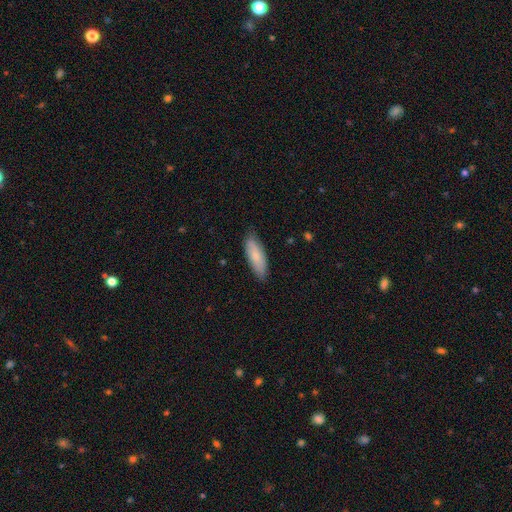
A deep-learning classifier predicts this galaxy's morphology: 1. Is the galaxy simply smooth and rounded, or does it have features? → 78% smooth, 17% featured or disk, 6% star or artifact.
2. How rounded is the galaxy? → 57% in between, 41% cigar-shaped, 2% round.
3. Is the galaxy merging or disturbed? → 82% none, 14% minor disturbance, 2% major disturbance, 1% merger.